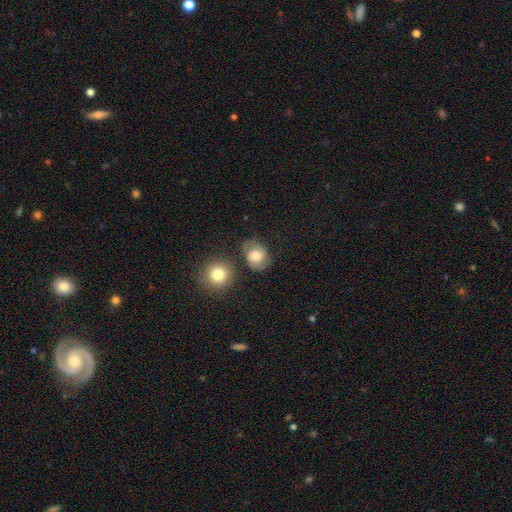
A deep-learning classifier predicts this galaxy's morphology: This appears to be a smooth galaxy with no disk features (50%). Merging: none (66%).